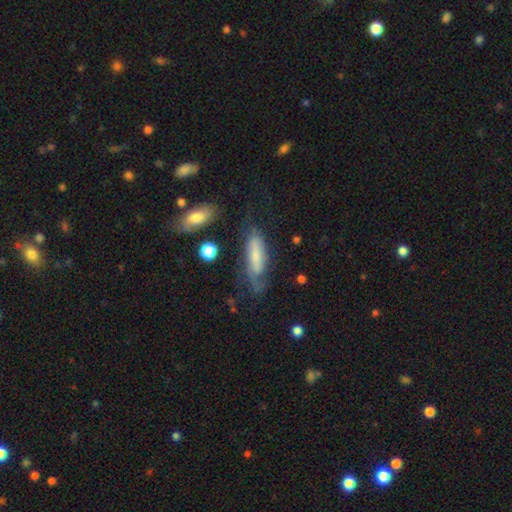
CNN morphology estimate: Overall: smooth (46%, tied with featured or disk). Merging: none (52%; minor disturbance 26%).